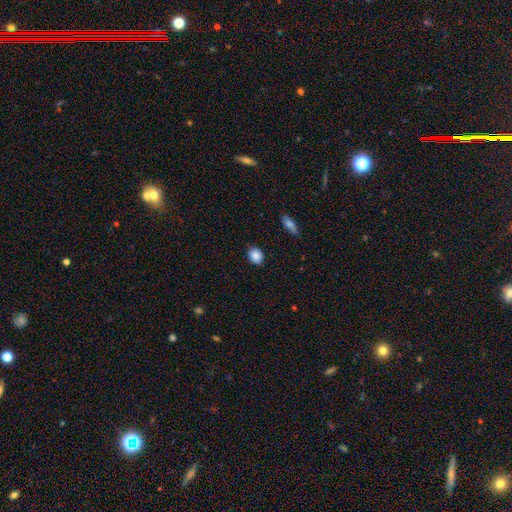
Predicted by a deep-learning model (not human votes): Smooth or featured: smooth — 87% (star or artifact — 8%)
How rounded: round — 57% (in between — 41%)
Merging: none — 87% (minor disturbance — 10%)